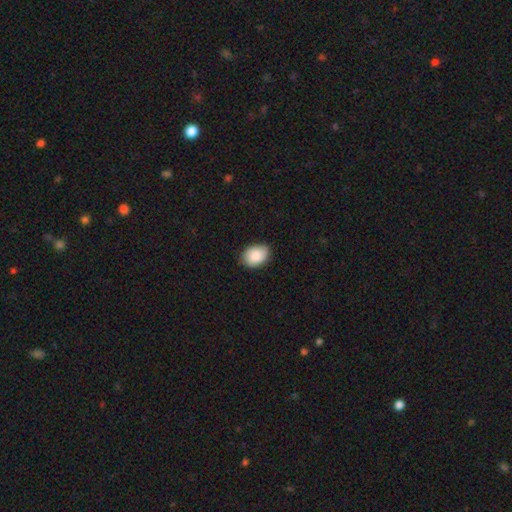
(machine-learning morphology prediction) The model was most divided on "how rounded": in between: 80%, round: 19%, cigar-shaped: 1%. More confident: smooth or featured — smooth (86%); merging — none (83%).